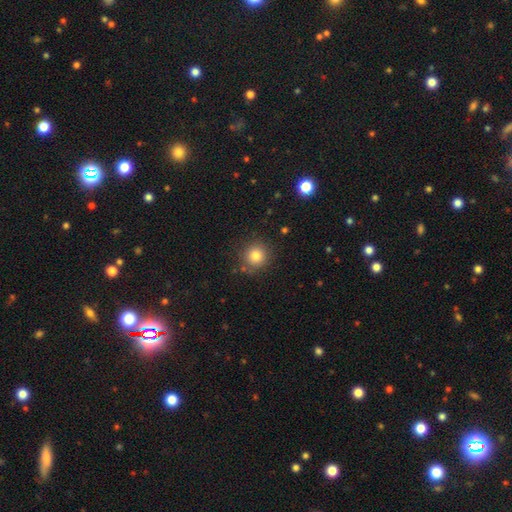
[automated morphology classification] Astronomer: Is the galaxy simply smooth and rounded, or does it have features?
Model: smooth — 81%.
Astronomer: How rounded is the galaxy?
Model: round — 93%.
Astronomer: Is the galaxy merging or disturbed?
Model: none — 85%.